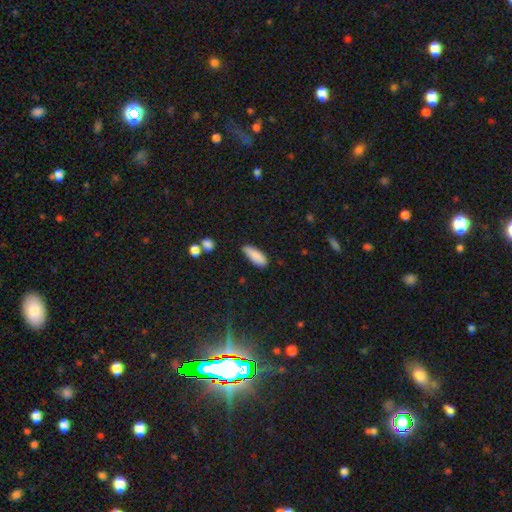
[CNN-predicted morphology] smooth-or-featured: smooth: 88% | star or artifact: 7% | featured or disk: 6%
  how-rounded: in between: 72% | cigar-shaped: 26% | round: 2%
  merging: none: 77% | minor disturbance: 18% | major disturbance: 3% | merger: 2%